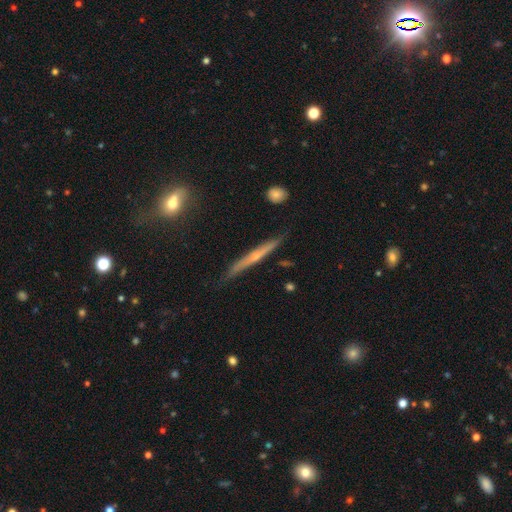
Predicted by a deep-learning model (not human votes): Morphology: type=featured or disk (67%); edge-on=yes (96%); edge-on bulge=rounded (63%); merging=none (81%).